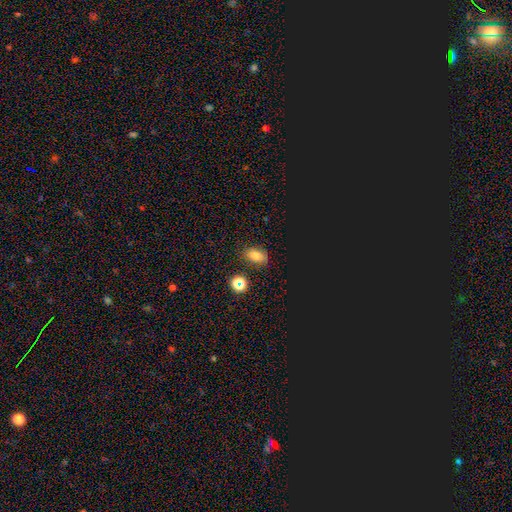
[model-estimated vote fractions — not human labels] Smooth or featured? smooth (69%)
How rounded? in between (79%)
Merging? none (81%)